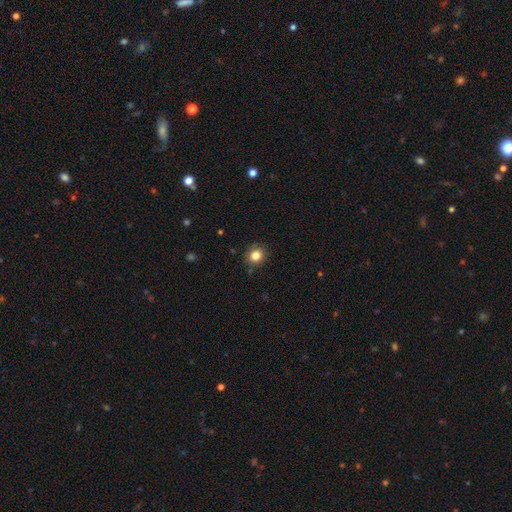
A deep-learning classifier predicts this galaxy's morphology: Smooth or featured? smooth (83%)
How rounded? round (79%)
Merging? none (87%)